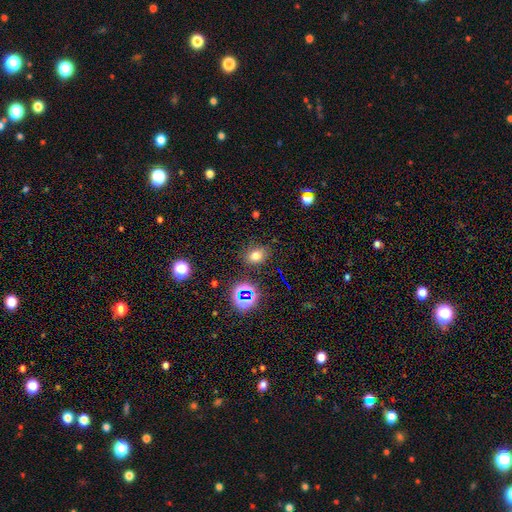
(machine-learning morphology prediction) smooth 69%, star or artifact 22%, featured or disk 9%. Down the decision tree: how rounded — in between (51%); merging — none (83%).